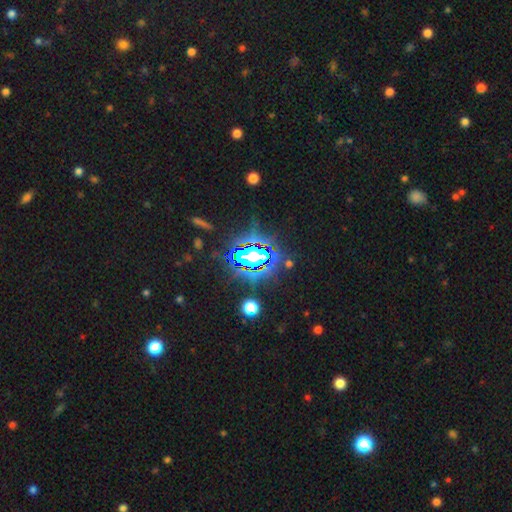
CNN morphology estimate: A star or artifact, not a galaxy (83%).